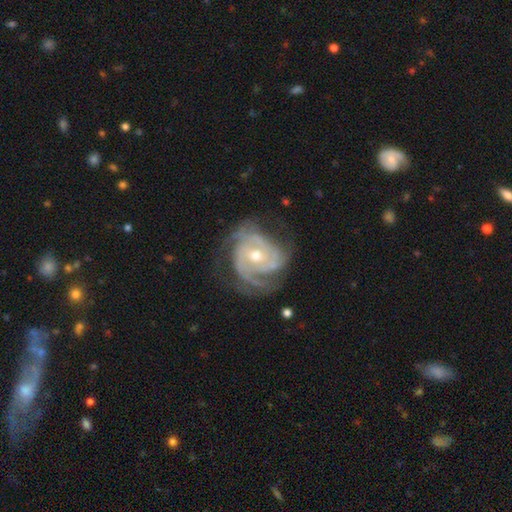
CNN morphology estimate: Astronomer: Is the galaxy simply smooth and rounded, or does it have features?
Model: featured or disk — 89%.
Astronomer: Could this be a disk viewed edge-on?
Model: no — 98%.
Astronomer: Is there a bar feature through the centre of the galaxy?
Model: no — 65%.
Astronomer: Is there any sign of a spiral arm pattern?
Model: yes — 97%.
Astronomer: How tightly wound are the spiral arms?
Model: tight — 59% (runner-up: medium, 34%).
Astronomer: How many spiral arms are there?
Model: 3 — 41% (runner-up: 2, 19%).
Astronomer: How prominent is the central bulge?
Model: moderate — 55% (runner-up: small, 42%).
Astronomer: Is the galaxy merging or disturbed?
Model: none — 63%.